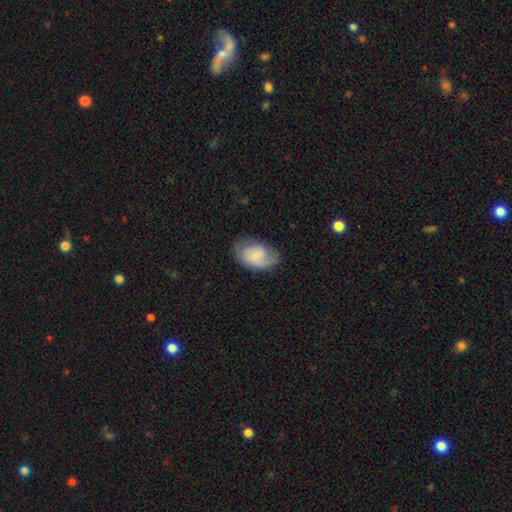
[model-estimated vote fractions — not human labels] This is possibly a smooth galaxy (55%). How rounded: clearly in between (86%). Merging: likely none (67%).